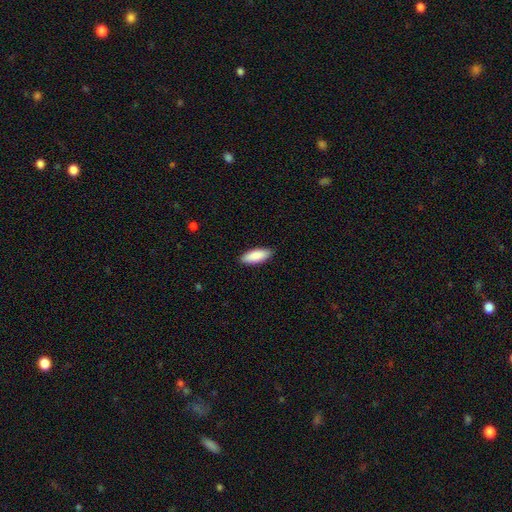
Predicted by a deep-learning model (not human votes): Smooth or featured? smooth (88%)
How rounded? in between (74%)
Merging? none (89%)